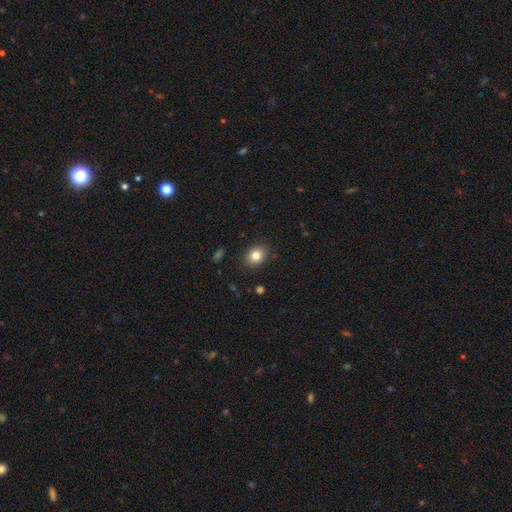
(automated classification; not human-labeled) The model was most divided on "how rounded": in between: 58%, round: 41%, cigar-shaped: 1%. More confident: merging — none (88%); smooth or featured — smooth (83%).